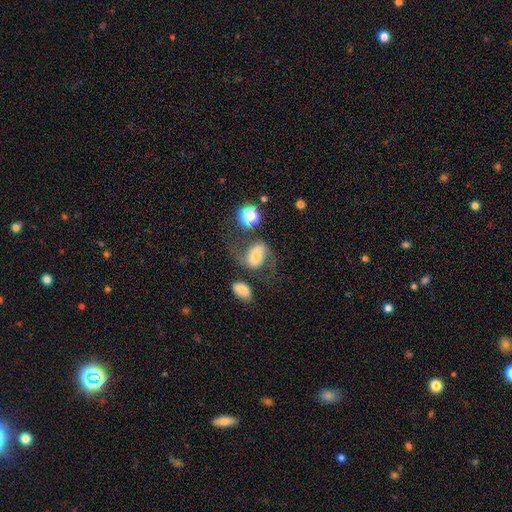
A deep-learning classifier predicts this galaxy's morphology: This appears to be a featured or disk galaxy (57%) with no bar (39%), spiral arms (86%) and a small central bulge (38%). Merging: none (50%).